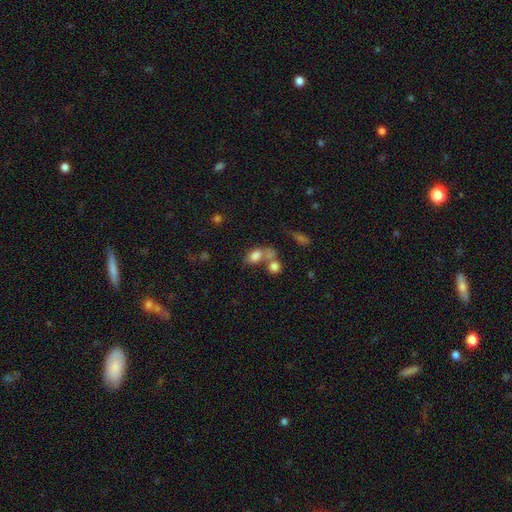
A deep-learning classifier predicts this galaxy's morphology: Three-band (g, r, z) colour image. It shows a smooth galaxy with no disk features (76%) that is in between round and cigar-shaped (78%). Merging: merger (49%).